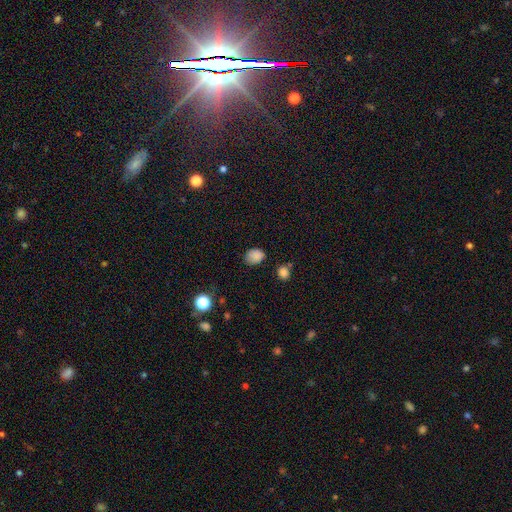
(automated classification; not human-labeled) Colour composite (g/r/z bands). It shows a smooth galaxy with no disk features (83%) that is in between round and cigar-shaped (56%). Merging: none (71%).